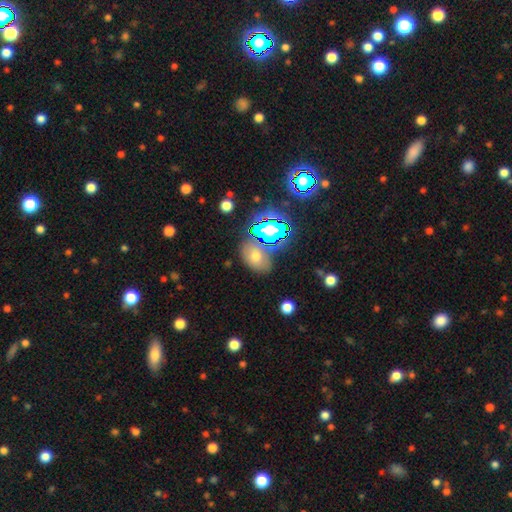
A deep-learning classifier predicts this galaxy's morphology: This appears to be a smooth galaxy with no disk features (60%) that is in between round and cigar-shaped (75%). Merging: none (68%).